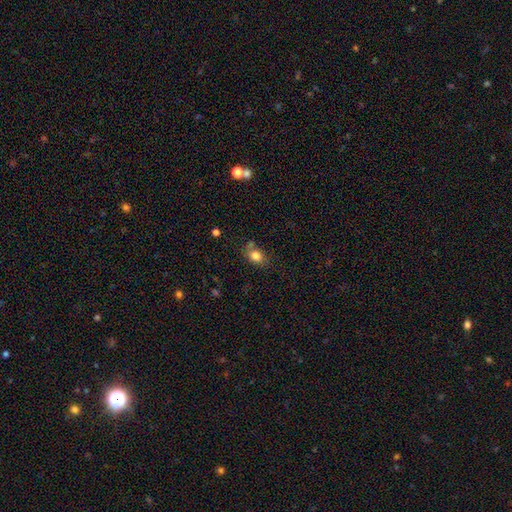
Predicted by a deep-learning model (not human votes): Smooth or featured? Predicted: smooth (p=0.82). How rounded? Predicted: in between (p=0.64). Merging? Predicted: none (p=0.62).